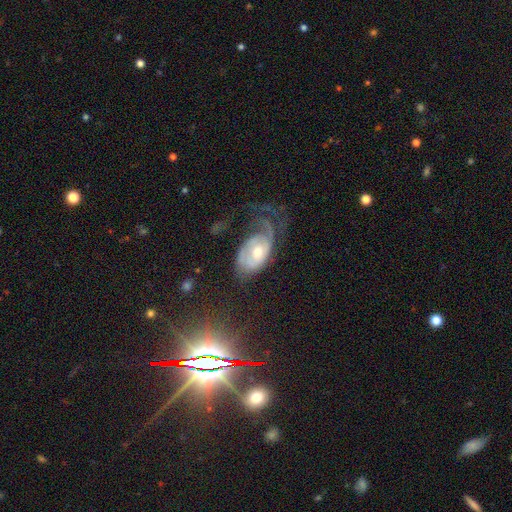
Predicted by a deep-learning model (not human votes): Smooth or featured? featured or disk (71%)
Edge-on disk? no (94%)
Bar? no (67%)
Spiral arms? yes (85%)
Spiral winding? tight (44%)
Spiral arm count? 1 (39%)
Bulge size? moderate (63%)
Merging? major disturbance (41%)